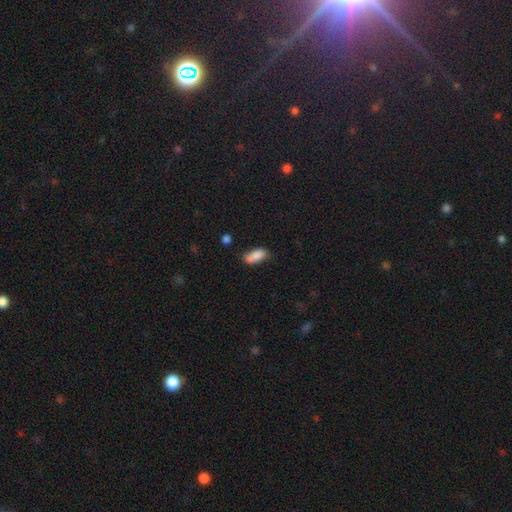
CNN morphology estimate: Smooth or featured?
  - smooth: 82% *
  - featured or disk: 10%
  - star or artifact: 8%
How rounded?
  - in between: 86% *
  - cigar-shaped: 10%
  - round: 4%
Merging?
  - none: 51% *
  - minor disturbance: 25%
  - merger: 18%
  - major disturbance: 7%